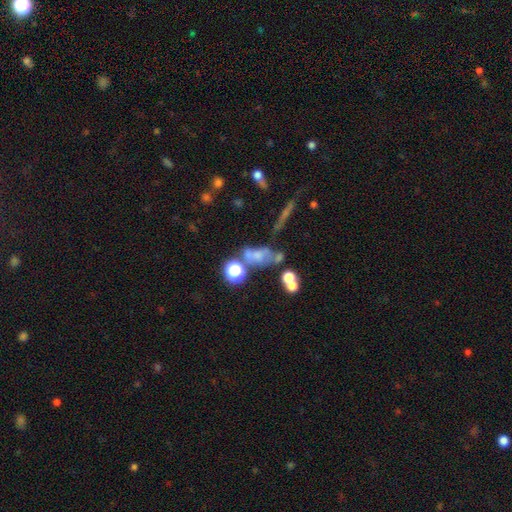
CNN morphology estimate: Q: Smooth or featured?
A: smooth (47%); runner-up: featured or disk (29%)
Q: Merging?
A: merger (37%); runner-up: none (28%)